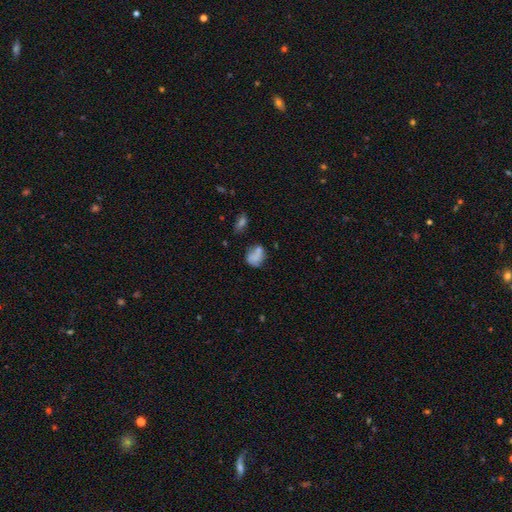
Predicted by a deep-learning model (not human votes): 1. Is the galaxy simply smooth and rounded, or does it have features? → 68% smooth, 21% featured or disk, 11% star or artifact.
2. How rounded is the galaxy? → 55% in between, 43% round, 2% cigar-shaped.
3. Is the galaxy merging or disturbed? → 40% none, 24% merger, 24% minor disturbance, 12% major disturbance.